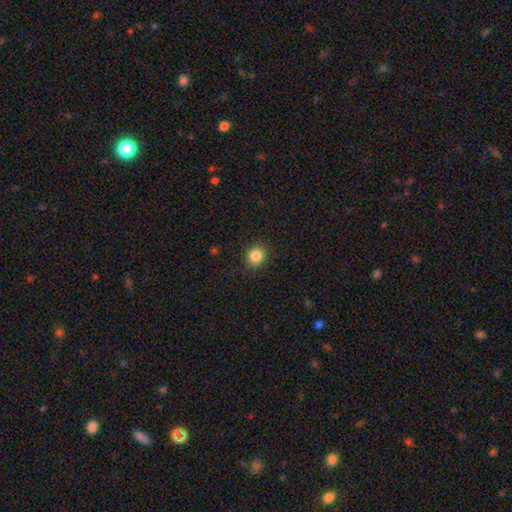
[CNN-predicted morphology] Smooth or featured: smooth — 85% (star or artifact — 11%)
How rounded: round — 84% (in between — 16%)
Merging: none — 90% (minor disturbance — 6%)